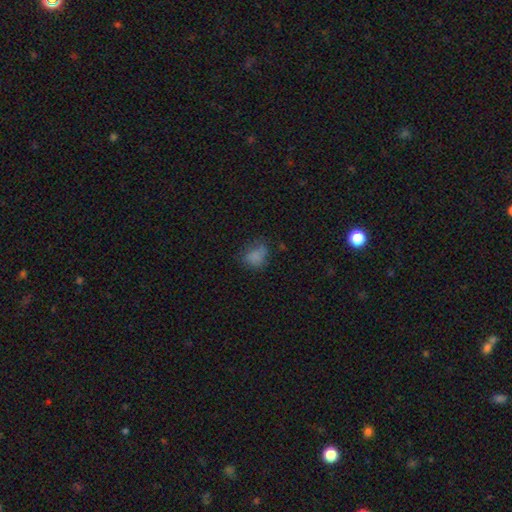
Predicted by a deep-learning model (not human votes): Q: Smooth or featured?
A: smooth (75%); runner-up: star or artifact (14%)
Q: How rounded?
A: in between (64%); runner-up: round (35%)
Q: Merging?
A: none (53%); runner-up: minor disturbance (28%)